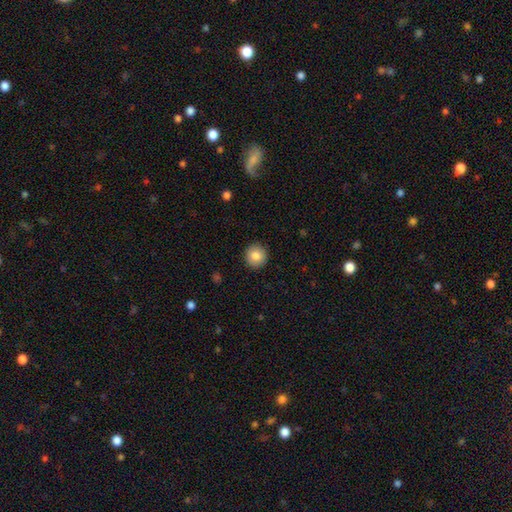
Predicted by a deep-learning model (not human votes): smooth-or-featured: smooth: 84% | star or artifact: 9% | featured or disk: 7%
  how-rounded: round: 94% | in between: 5% | cigar-shaped: 1%
  merging: none: 92% | minor disturbance: 5% | major disturbance: 2% | merger: 1%